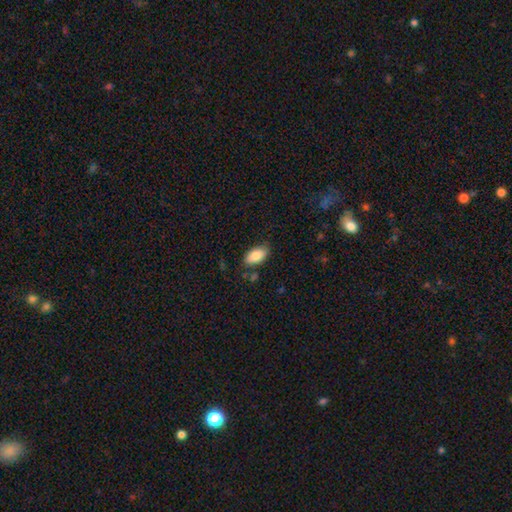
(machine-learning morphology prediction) Overall: smooth (86%). How rounded: in between (93%). Merging: none (80%).